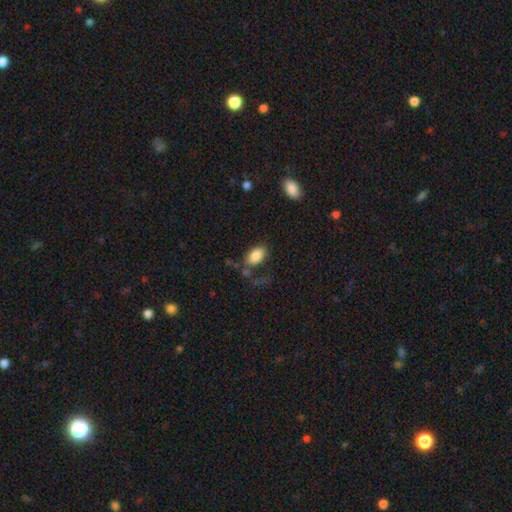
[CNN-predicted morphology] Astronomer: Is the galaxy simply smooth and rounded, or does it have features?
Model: smooth — 84%.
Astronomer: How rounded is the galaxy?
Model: in between — 91%.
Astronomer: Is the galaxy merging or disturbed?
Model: none — 59%.